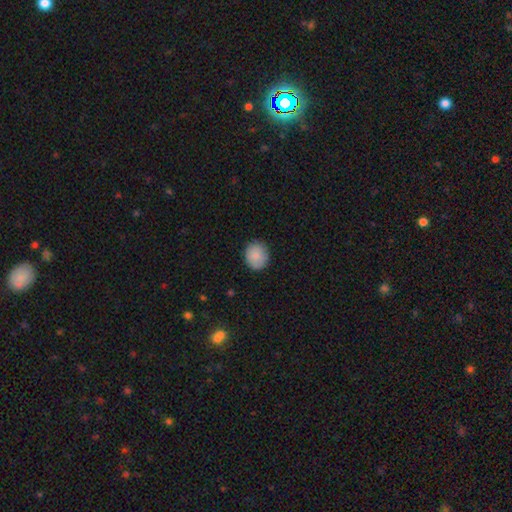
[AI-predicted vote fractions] This is clearly a smooth galaxy (88%). How rounded: likely round (79%). Merging: clearly none (87%).